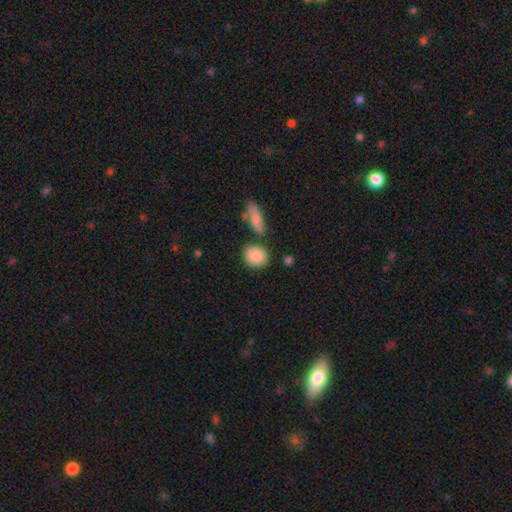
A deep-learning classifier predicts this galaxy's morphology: smooth_or_featured: smooth (p=0.86) [alt: star or artifact p=0.07]
how_rounded: round (p=0.70) [alt: in between p=0.28]
merging: none (p=0.73) [alt: minor disturbance p=0.13]